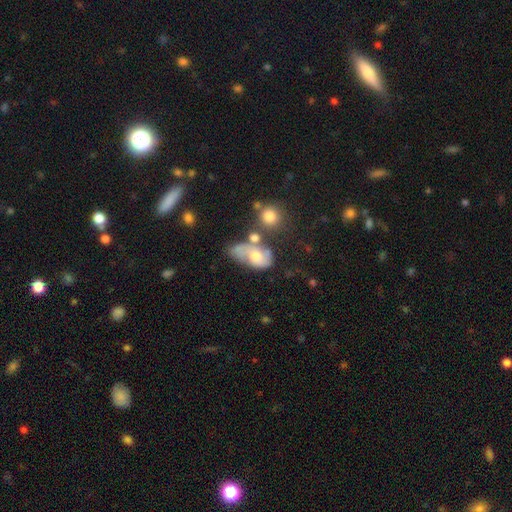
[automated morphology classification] This appears to be a smooth galaxy with no disk features (46%). Merging: merger (28%).